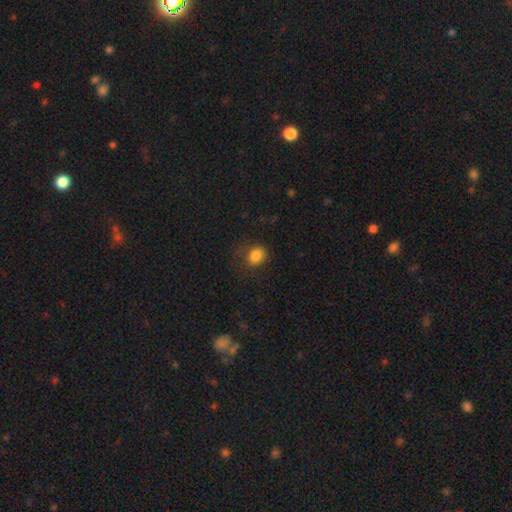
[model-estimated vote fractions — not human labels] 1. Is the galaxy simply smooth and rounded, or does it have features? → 84% smooth, 11% star or artifact, 5% featured or disk.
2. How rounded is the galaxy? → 59% round, 40% in between, 1% cigar-shaped.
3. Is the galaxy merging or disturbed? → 75% none, 17% minor disturbance, 7% major disturbance, 1% merger.